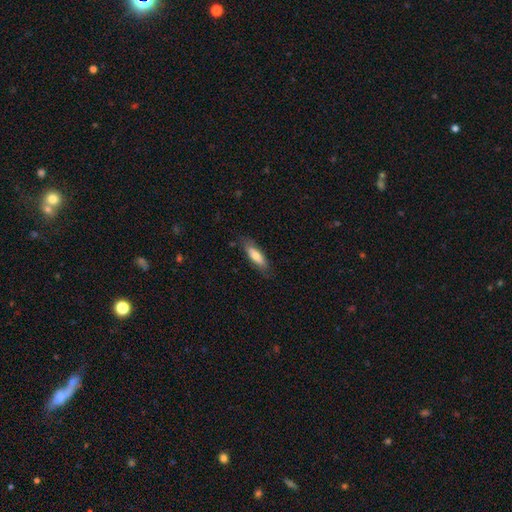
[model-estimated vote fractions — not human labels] smooth 70%, featured or disk 24%, star or artifact 6%. Down the decision tree: how rounded — cigar-shaped (49%, tied with in between); merging — none (77%).